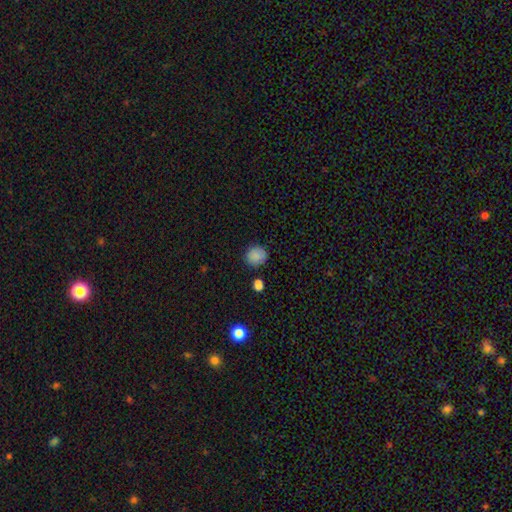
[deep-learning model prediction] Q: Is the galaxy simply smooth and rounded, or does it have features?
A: smooth — 86%.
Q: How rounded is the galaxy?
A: round — 85%.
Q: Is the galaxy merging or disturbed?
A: none — 85%.